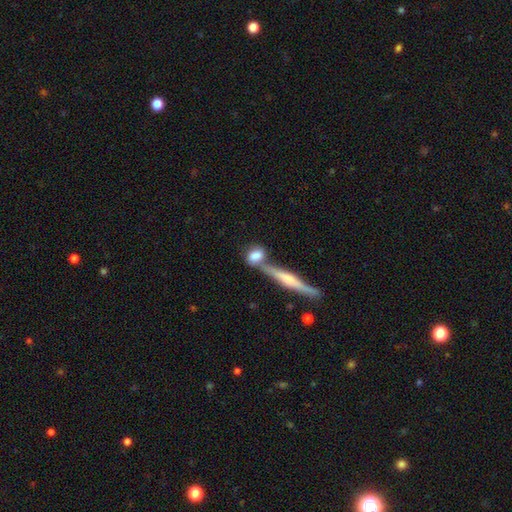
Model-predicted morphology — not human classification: smooth-or-featured: smooth: 72% | featured or disk: 21% | star or artifact: 8%
  how-rounded: in between: 56% | round: 25% | cigar-shaped: 19%
  merging: none: 42% | merger: 39% | minor disturbance: 13% | major disturbance: 6%